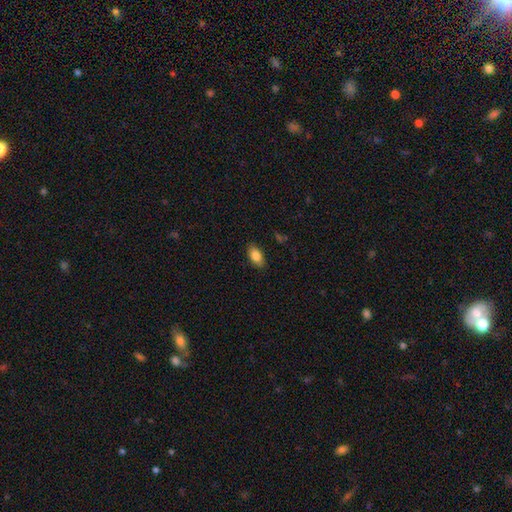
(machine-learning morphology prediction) Smooth or featured? Predicted: smooth (p=0.84). How rounded? Predicted: in between (p=0.91). Merging? Predicted: none (p=0.86).